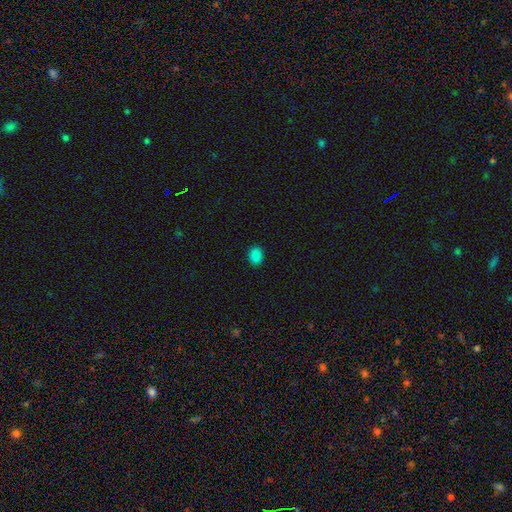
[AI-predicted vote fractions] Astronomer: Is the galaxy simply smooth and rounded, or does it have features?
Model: smooth — 85%.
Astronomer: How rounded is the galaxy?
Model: in between — 58% (runner-up: round, 41%).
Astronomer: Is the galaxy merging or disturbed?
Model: none — 89%.